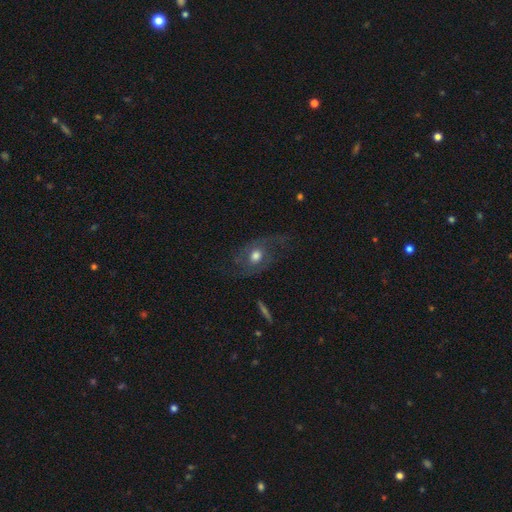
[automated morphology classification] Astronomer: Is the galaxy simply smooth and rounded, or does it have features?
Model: featured or disk — 70%.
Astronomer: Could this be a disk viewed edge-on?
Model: no — 94%.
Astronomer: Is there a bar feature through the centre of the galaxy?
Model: no — 74%.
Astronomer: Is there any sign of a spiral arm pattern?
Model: yes — 85%.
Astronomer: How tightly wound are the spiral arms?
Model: medium — 45% (runner-up: loose, 39%).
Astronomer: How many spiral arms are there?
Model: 2 — 86%.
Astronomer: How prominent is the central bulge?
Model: moderate — 65%.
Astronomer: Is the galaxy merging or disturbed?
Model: none — 62%.